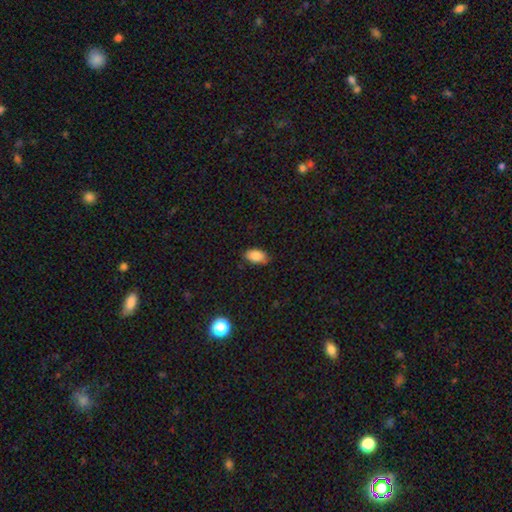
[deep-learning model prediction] Smooth or featured: smooth — 85% (star or artifact — 8%)
How rounded: in between — 93% (round — 5%)
Merging: none — 80% (minor disturbance — 16%)